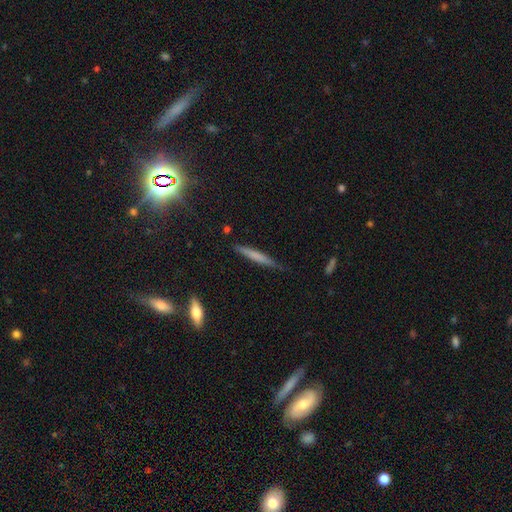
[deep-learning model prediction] Overall: smooth (61%; featured or disk 33%). How rounded: cigar-shaped (95%). Merging: none (83%).